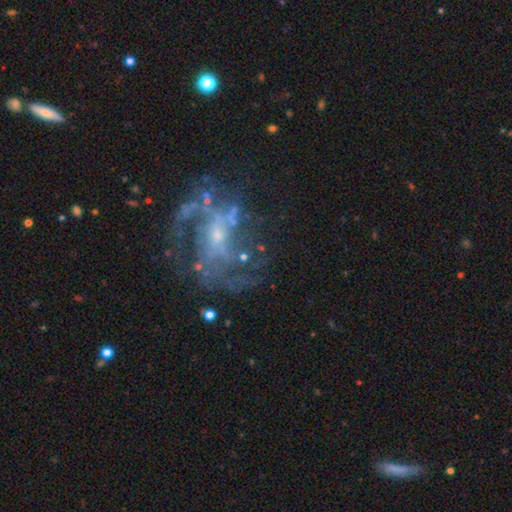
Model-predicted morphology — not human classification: smooth_or_featured: featured or disk (p=0.79) [alt: star or artifact p=0.13]
disk_edge_on: no (p=0.97) [alt: yes p=0.03]
bar: no (p=0.48) [alt: weak p=0.38]
has_spiral_arms: yes (p=0.79) [alt: no p=0.21]
spiral_winding: medium (p=0.44) [alt: loose p=0.34]
spiral_arm_count: 2 (p=0.37) [alt: can't tell p=0.31]
bulge_size: small (p=0.63) [alt: moderate p=0.22]
merging: none (p=0.57) [alt: major disturbance p=0.23]